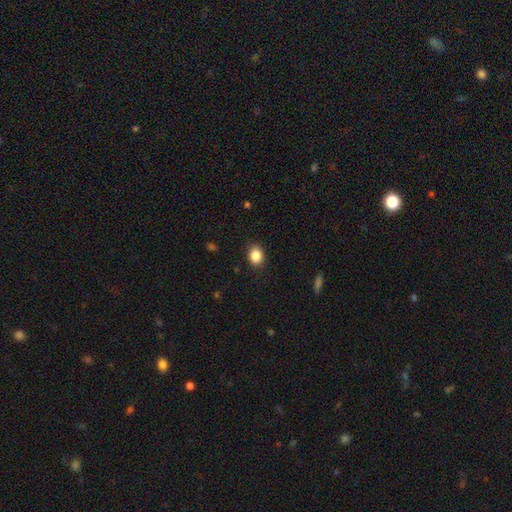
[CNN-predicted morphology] Smooth or featured?
  - smooth: 87% *
  - star or artifact: 9%
  - featured or disk: 4%
How rounded?
  - in between: 50% *
  - round: 49%
  - cigar-shaped: 1%
Merging?
  - none: 88% *
  - minor disturbance: 9%
  - major disturbance: 2%
  - merger: 1%